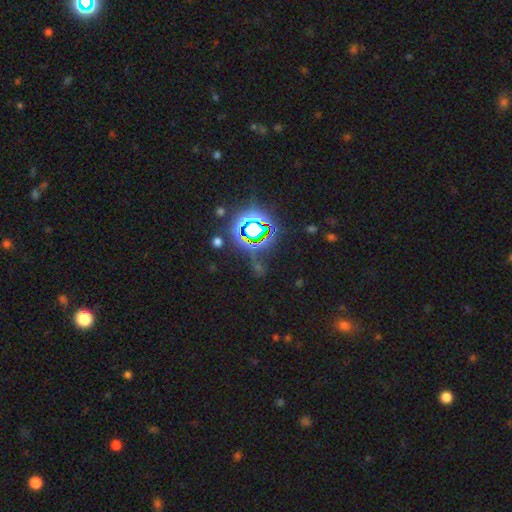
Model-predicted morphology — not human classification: Overall: star or artifact (81%).